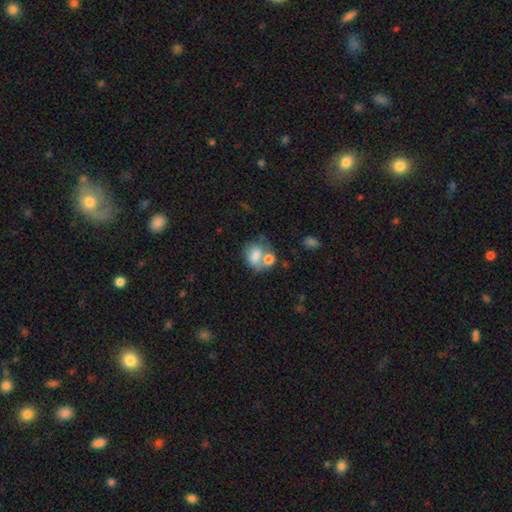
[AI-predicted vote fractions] This appears to be a smooth galaxy with no disk features (73%) that is in between round and cigar-shaped (56%). Merging: merger (51%).